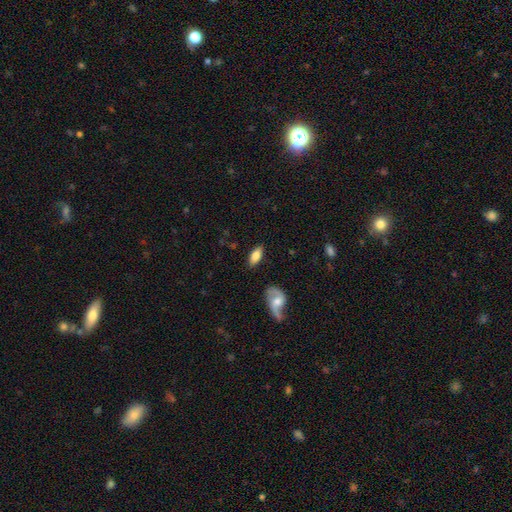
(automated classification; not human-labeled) Smooth or featured: smooth — 73% (featured or disk — 21%)
How rounded: in between — 85% (cigar-shaped — 11%)
Merging: none — 83% (minor disturbance — 11%)